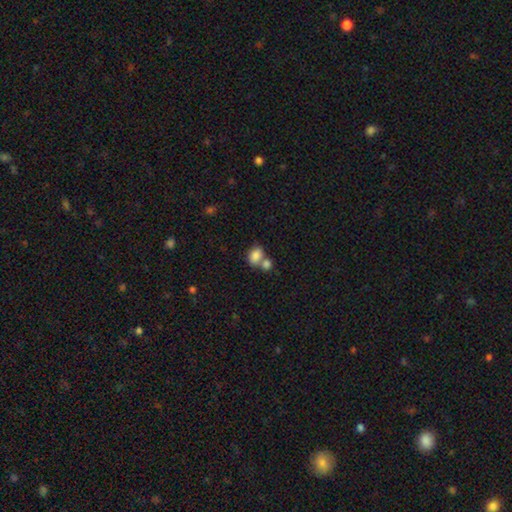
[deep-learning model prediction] smooth-or-featured: smooth: 83% | featured or disk: 9% | star or artifact: 9%
  how-rounded: in between: 78% | round: 20% | cigar-shaped: 1%
  merging: merger: 51% | none: 35% | minor disturbance: 10% | major disturbance: 4%